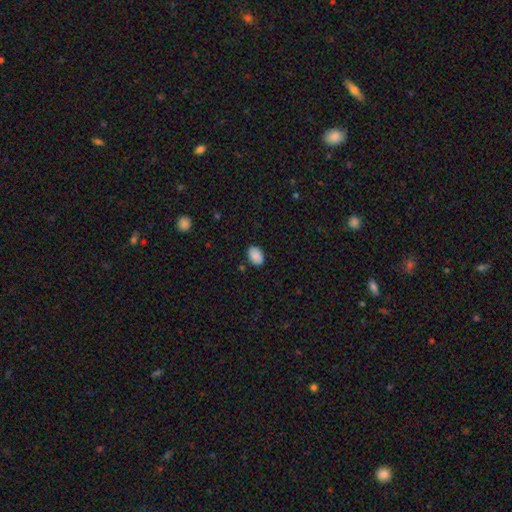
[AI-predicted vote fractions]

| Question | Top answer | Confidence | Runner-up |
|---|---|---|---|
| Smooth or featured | smooth | 89% | star or artifact (8%) |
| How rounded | in between | 84% | round (15%) |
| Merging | none | 85% | minor disturbance (11%) |